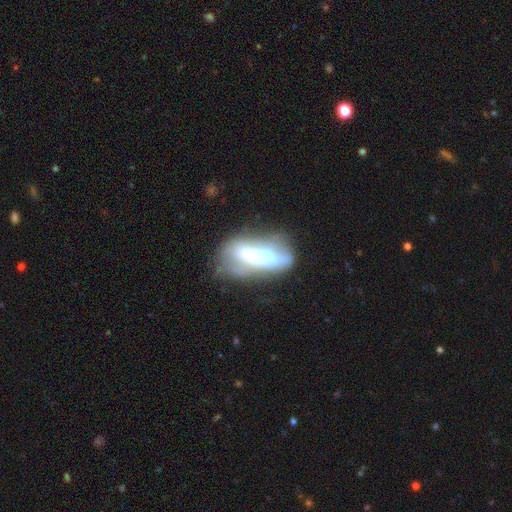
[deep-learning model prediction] This is possibly a featured or disk galaxy (55%). It is likely not viewed edge-on (70%). Merging: possibly none (46%).